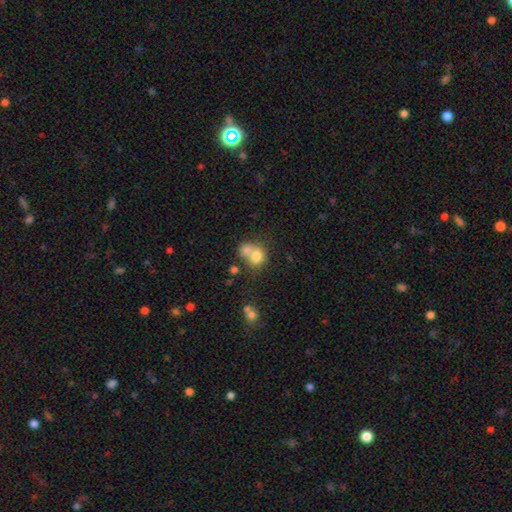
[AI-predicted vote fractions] smooth-or-featured: smooth: 74% | featured or disk: 16% | star or artifact: 11%
  how-rounded: round: 58% | in between: 41% | cigar-shaped: 1%
  merging: merger: 58% | none: 27% | minor disturbance: 9% | major disturbance: 5%